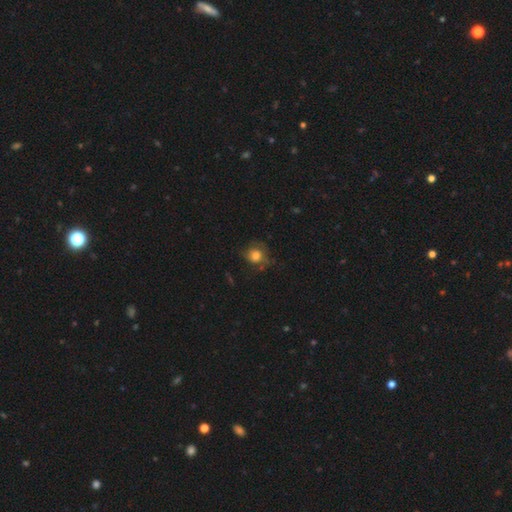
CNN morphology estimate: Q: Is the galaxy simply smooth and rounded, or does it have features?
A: smooth — 70%.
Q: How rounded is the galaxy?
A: round — 81%.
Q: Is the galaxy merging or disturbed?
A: none — 58%.